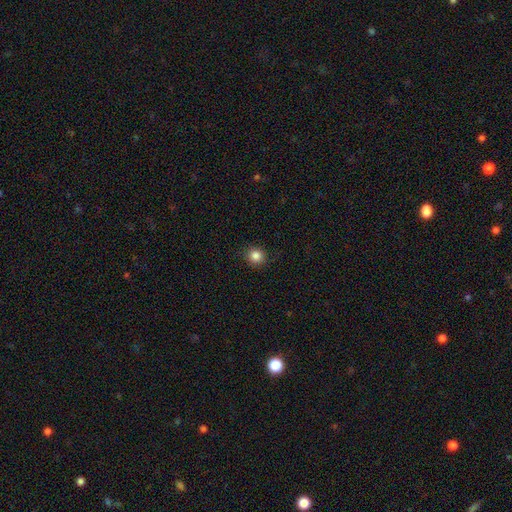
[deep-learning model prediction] smooth_or_featured: smooth (p=0.85) [alt: star or artifact p=0.11]
how_rounded: round (p=0.91) [alt: in between p=0.08]
merging: none (p=0.91) [alt: minor disturbance p=0.06]